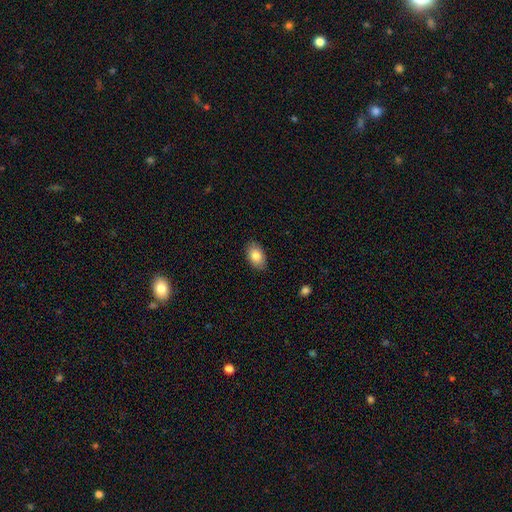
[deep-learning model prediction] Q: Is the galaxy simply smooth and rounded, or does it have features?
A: smooth — 84%.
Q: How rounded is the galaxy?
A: in between — 90%.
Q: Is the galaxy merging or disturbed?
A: none — 86%.